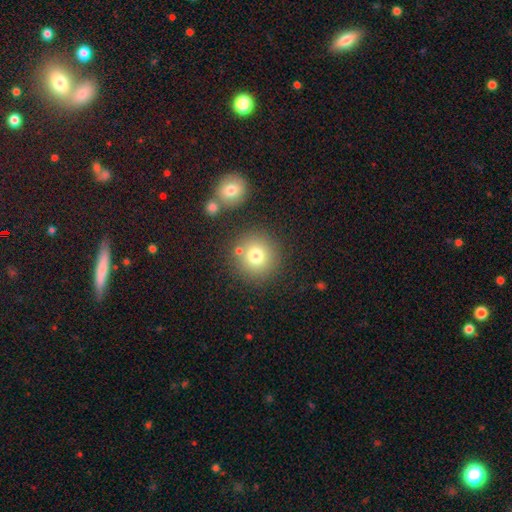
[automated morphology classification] Smooth or featured?
  - smooth: 75% *
  - star or artifact: 13%
  - featured or disk: 12%
How rounded?
  - round: 93% *
  - in between: 6%
  - cigar-shaped: 1%
Merging?
  - none: 78% *
  - merger: 10%
  - minor disturbance: 9%
  - major disturbance: 4%